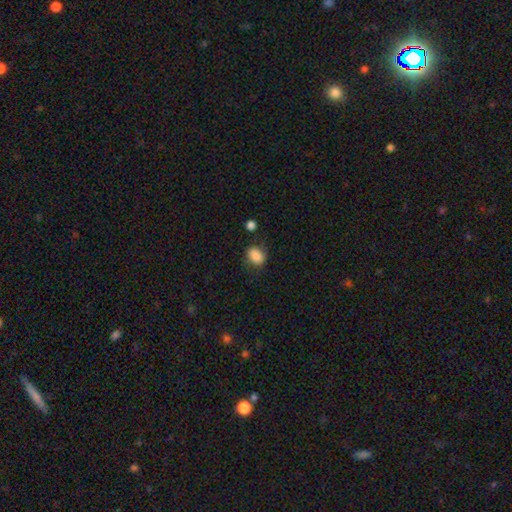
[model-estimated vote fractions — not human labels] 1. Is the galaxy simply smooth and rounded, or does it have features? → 85% smooth, 9% star or artifact, 7% featured or disk.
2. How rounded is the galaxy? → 61% in between, 38% round, 1% cigar-shaped.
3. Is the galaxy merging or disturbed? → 68% none, 21% minor disturbance, 7% major disturbance, 4% merger.